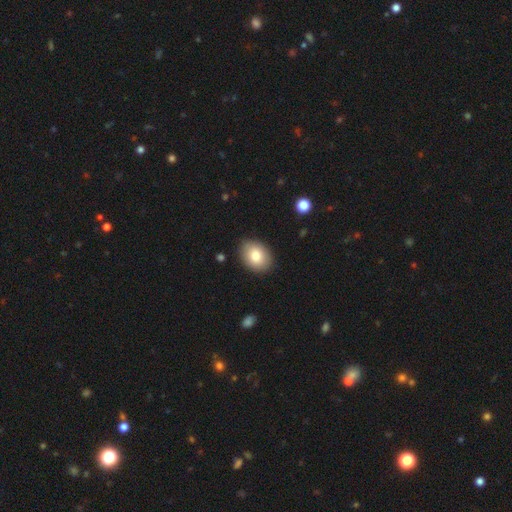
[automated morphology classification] Q: Smooth or featured?
A: smooth (82%); runner-up: featured or disk (11%)
Q: How rounded?
A: in between (70%); runner-up: round (29%)
Q: Merging?
A: none (87%); runner-up: minor disturbance (10%)